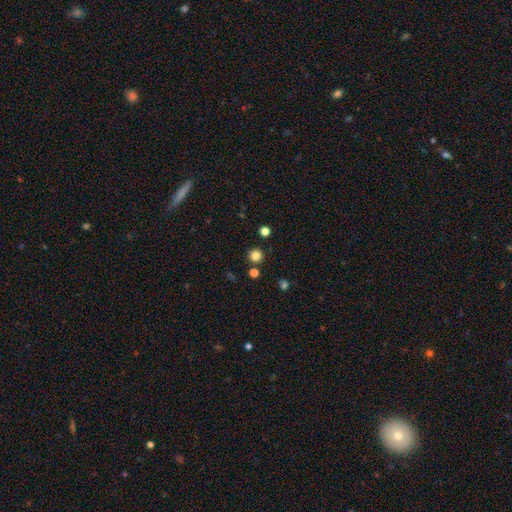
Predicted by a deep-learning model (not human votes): This is clearly a smooth galaxy (81%). How rounded: clearly round (95%). Merging: clearly none (89%).